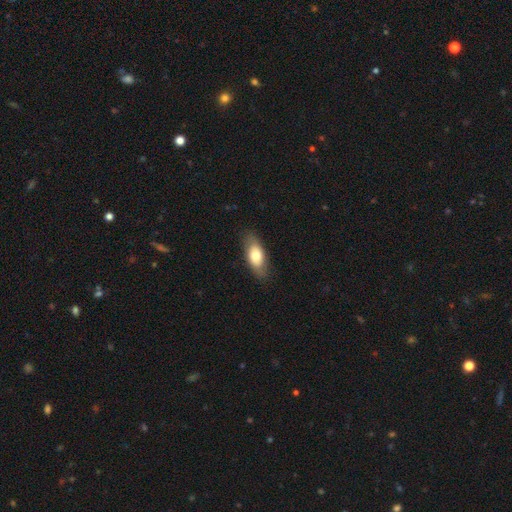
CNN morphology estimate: This is likely a smooth galaxy (71%). How rounded: clearly in between (84%). Merging: clearly none (82%).